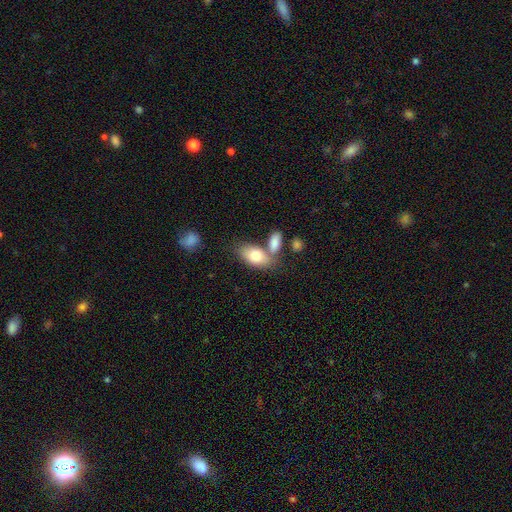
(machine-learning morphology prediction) A smooth galaxy with no disk features (79%) that is in between round and cigar-shaped (91%). Merging: none (51%).